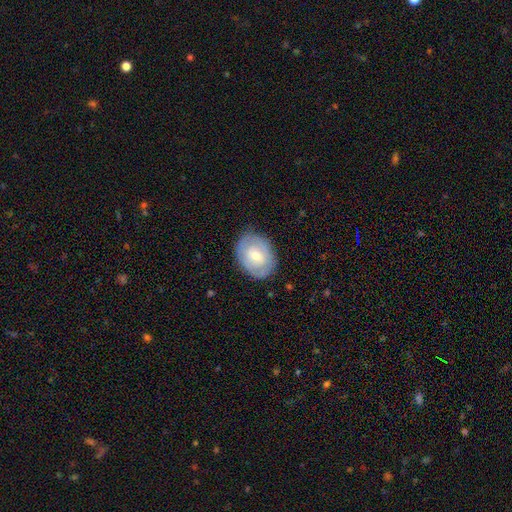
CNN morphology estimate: This appears to be a featured or disk galaxy (49%). Merging: none (81%).